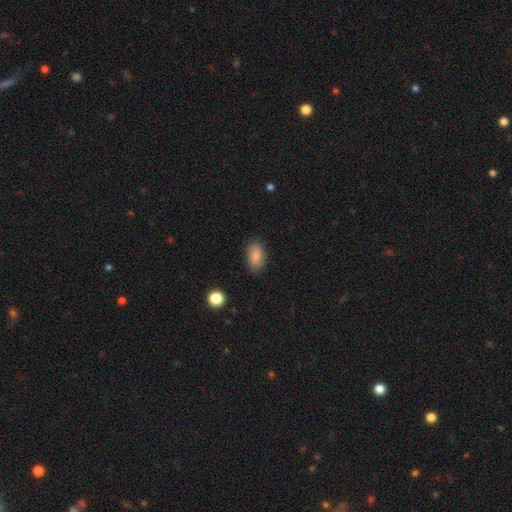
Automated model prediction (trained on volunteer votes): Morphology: type=smooth (84%); roundness=in between (90%); merging=none (81%).